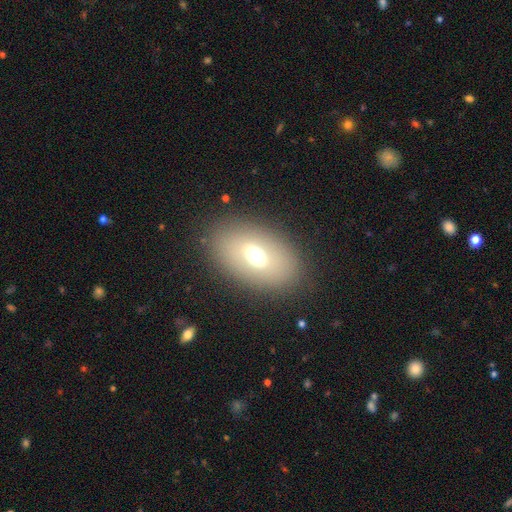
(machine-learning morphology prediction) A smooth galaxy with no disk features (59%) that is in between round and cigar-shaped (87%).

Vote fractions:
- Smooth or featured? smooth: 59% / featured or disk: 29% / star or artifact: 12%
- How rounded? in between: 87% / round: 11% / cigar-shaped: 2%
- Merging? none: 83% / minor disturbance: 10% / major disturbance: 6% / merger: 1%